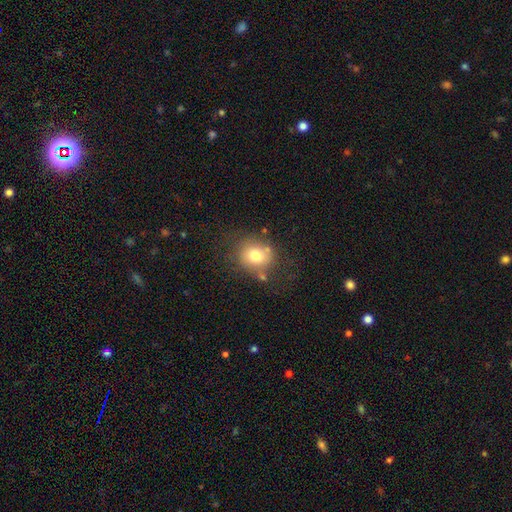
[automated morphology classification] The model was most divided on "merging": none: 67%, minor disturbance: 18%, merger: 8%, major disturbance: 8%. More confident: how rounded — round (75%); smooth or featured — smooth (74%).